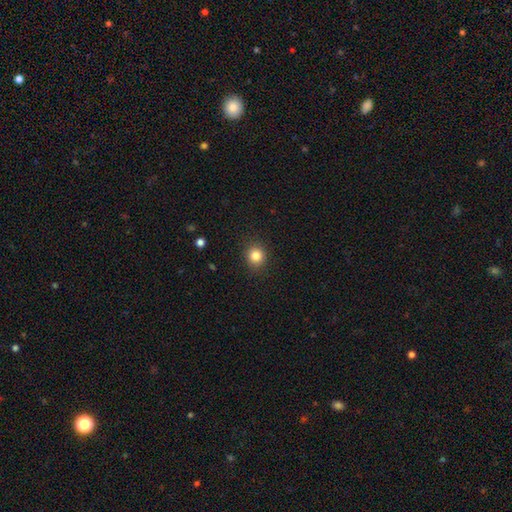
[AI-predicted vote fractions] smooth 84%, star or artifact 11%, featured or disk 5%. Down the decision tree: how rounded — round (87%); merging — none (90%).